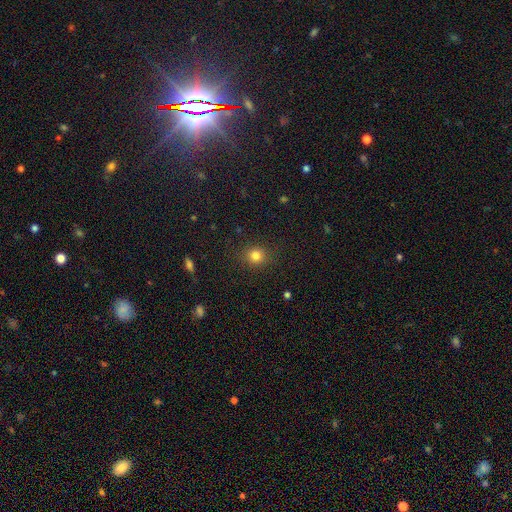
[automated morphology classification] A smooth galaxy with no disk features (81%) that is round (85%). Merging: none (88%).